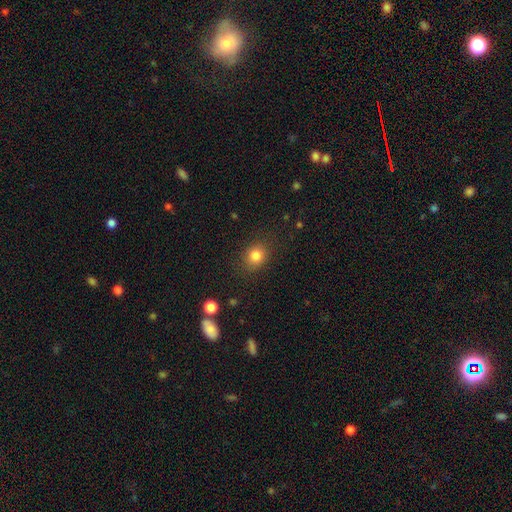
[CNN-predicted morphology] This is clearly a smooth galaxy (83%). How rounded: likely round (63%). Merging: clearly none (84%).